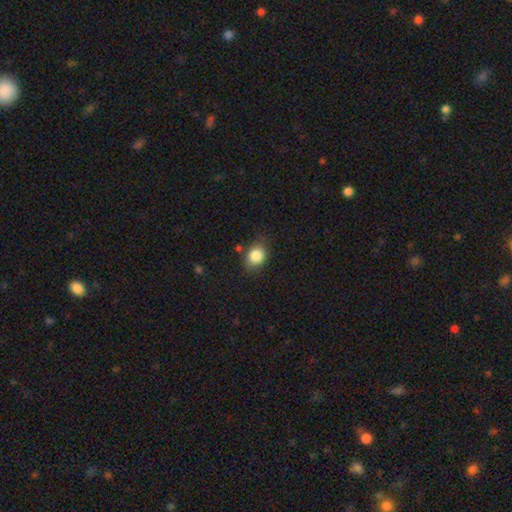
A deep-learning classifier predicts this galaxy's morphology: The model was most divided on "how rounded": round: 51%, in between: 48%, cigar-shaped: 1%. More confident: smooth or featured — smooth (84%); merging — none (73%).